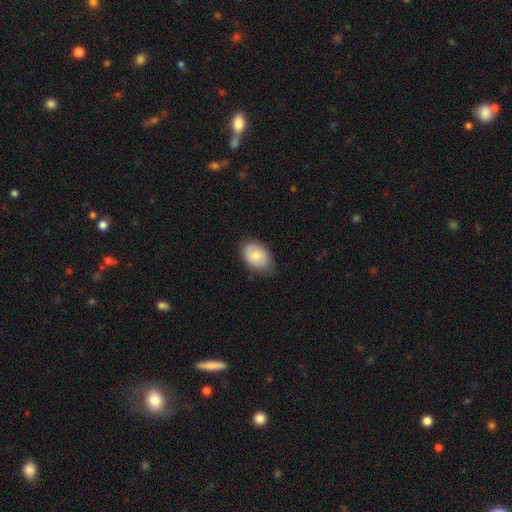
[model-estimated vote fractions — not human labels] Smooth or featured: smooth — 71% (featured or disk — 23%)
How rounded: in between — 82% (round — 17%)
Merging: none — 76% (minor disturbance — 19%)